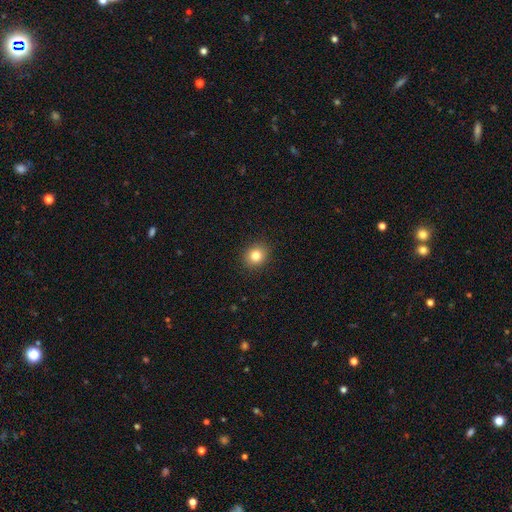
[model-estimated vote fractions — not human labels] This appears to be a smooth galaxy with no disk features (82%) that is round (78%). Merging: none (91%).